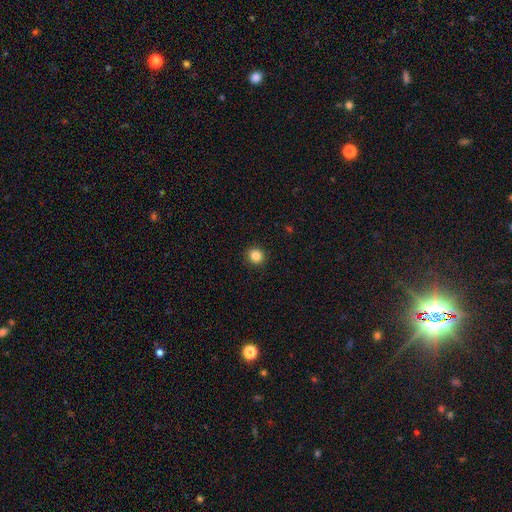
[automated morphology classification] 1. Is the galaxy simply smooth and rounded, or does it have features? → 85% smooth, 11% star or artifact, 4% featured or disk.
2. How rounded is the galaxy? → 91% round, 9% in between, 1% cigar-shaped.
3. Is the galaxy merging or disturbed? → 92% none, 5% minor disturbance, 2% major disturbance, 1% merger.